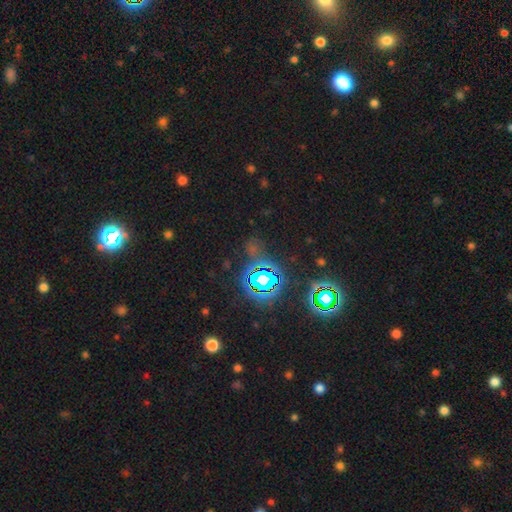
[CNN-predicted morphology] smooth-or-featured: star or artifact: 80% | smooth: 12% | featured or disk: 8%